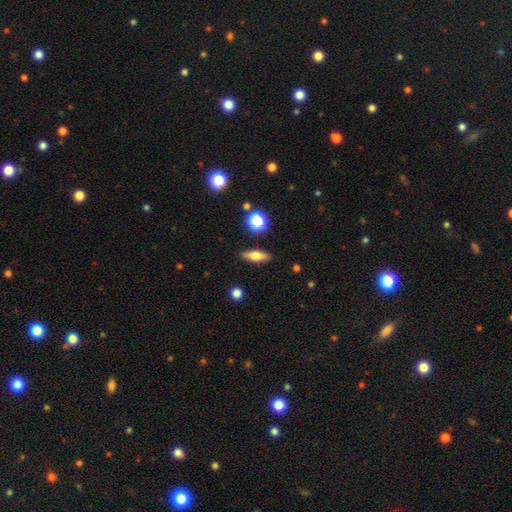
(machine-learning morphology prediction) The model was most divided on "how rounded": cigar-shaped: 49%, in between: 44%, round: 6%. More confident: merging — none (87%); smooth or featured — smooth (57%).